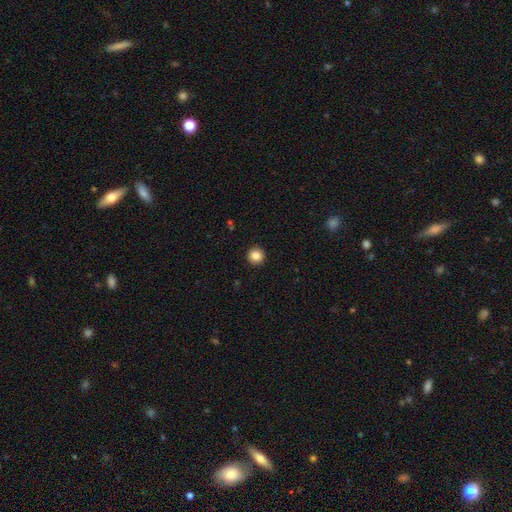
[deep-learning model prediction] A smooth galaxy with no disk features (85%) that is round (95%).

Vote fractions:
- Smooth or featured? smooth: 85% / star or artifact: 10% / featured or disk: 4%
- How rounded? round: 95% / in between: 4% / cigar-shaped: 1%
- Merging? none: 93% / minor disturbance: 5% / major disturbance: 2% / merger: 1%